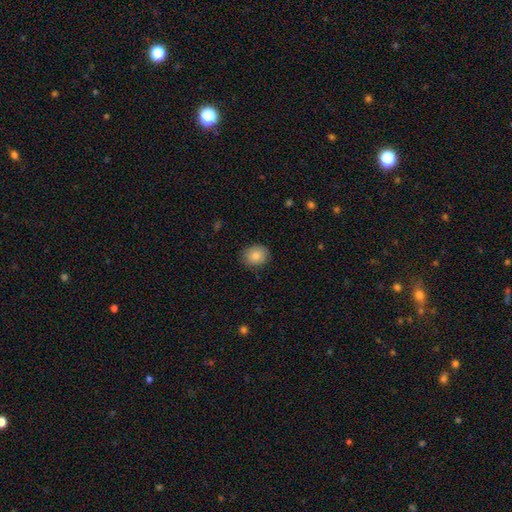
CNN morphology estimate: type=smooth (85%); roundness=round (61%); merging=none (85%).